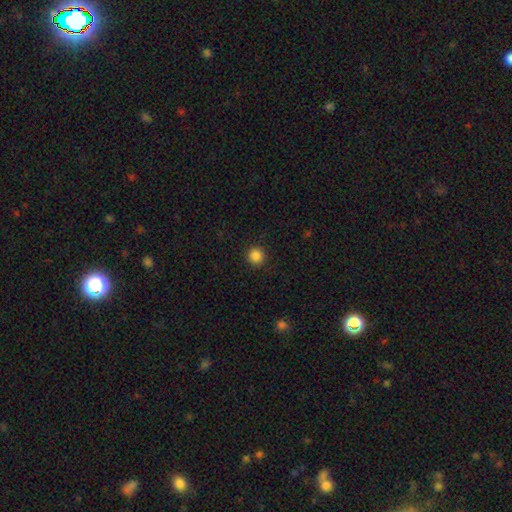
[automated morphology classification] Smooth or featured? Predicted: smooth (p=0.86). How rounded? Predicted: round (p=0.95). Merging? Predicted: none (p=0.91).